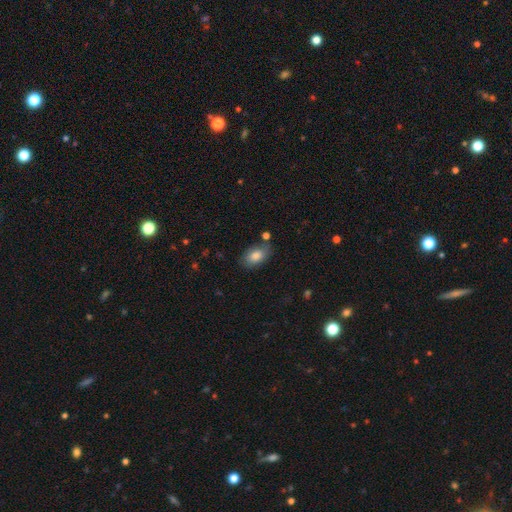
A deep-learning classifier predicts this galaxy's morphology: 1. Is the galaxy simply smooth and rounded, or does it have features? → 83% smooth, 9% featured or disk, 7% star or artifact.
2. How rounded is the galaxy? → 91% in between, 8% round, 2% cigar-shaped.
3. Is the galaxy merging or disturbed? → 75% none, 16% minor disturbance, 5% merger, 4% major disturbance.